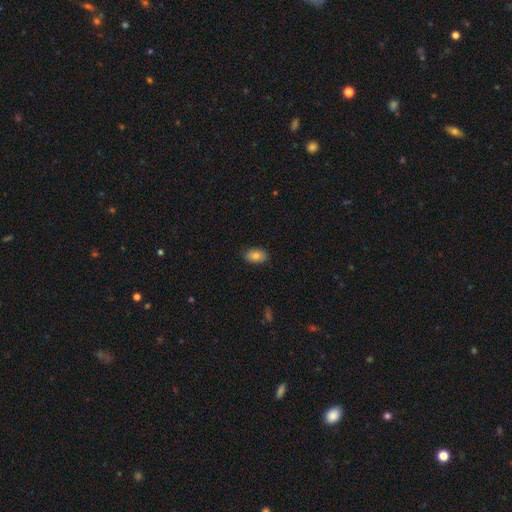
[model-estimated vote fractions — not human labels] This appears to be a smooth galaxy with no disk features (81%) that is in between round and cigar-shaped (88%). Merging: none (86%).